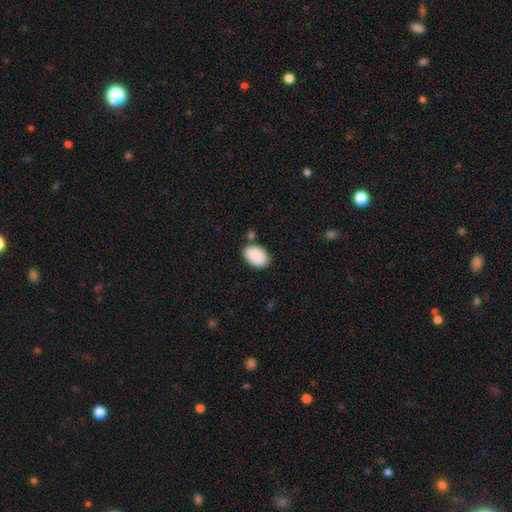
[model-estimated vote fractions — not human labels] Morphology: type=smooth (90%); roundness=in between (90%); merging=none (77%).